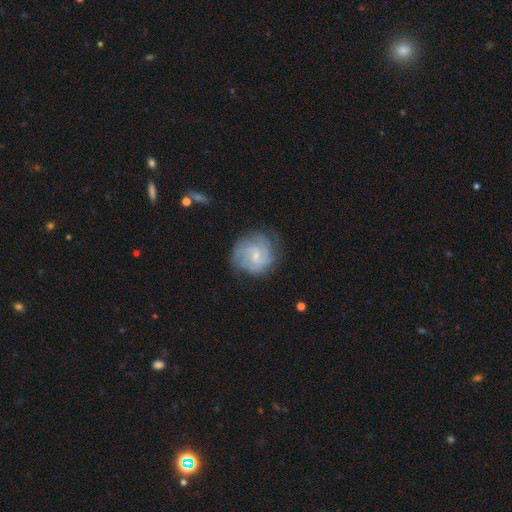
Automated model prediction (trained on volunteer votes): Q: Smooth or featured?
A: featured or disk (76%); runner-up: smooth (17%)
Q: Edge-on disk?
A: no (98%); runner-up: yes (2%)
Q: Bar?
A: no (48%); runner-up: weak (46%)
Q: Spiral arms?
A: yes (93%); runner-up: no (7%)
Q: Spiral winding?
A: tight (53%); runner-up: medium (36%)
Q: Spiral arm count?
A: can't tell (34%); runner-up: 2 (24%)
Q: Bulge size?
A: small (68%); runner-up: moderate (24%)
Q: Merging?
A: none (71%); runner-up: minor disturbance (20%)